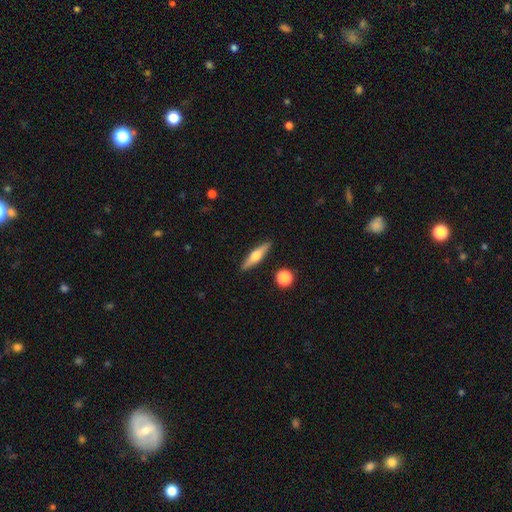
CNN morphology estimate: type=featured or disk (48%); merging=none (89%).